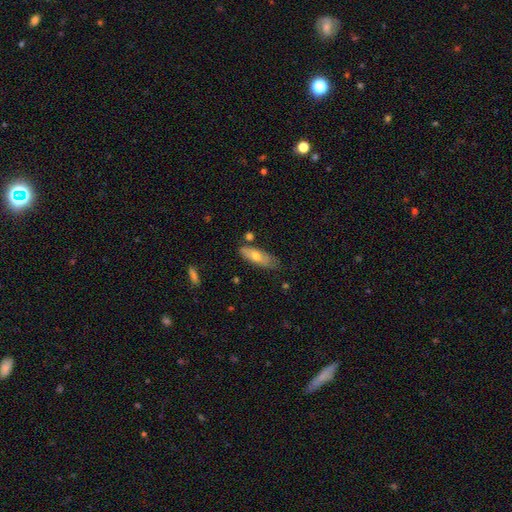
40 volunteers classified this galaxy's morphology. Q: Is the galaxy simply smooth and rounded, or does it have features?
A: smooth — 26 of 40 (65%).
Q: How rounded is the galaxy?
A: in between — 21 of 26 (81%).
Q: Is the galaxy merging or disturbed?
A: none — 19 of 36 (53%).